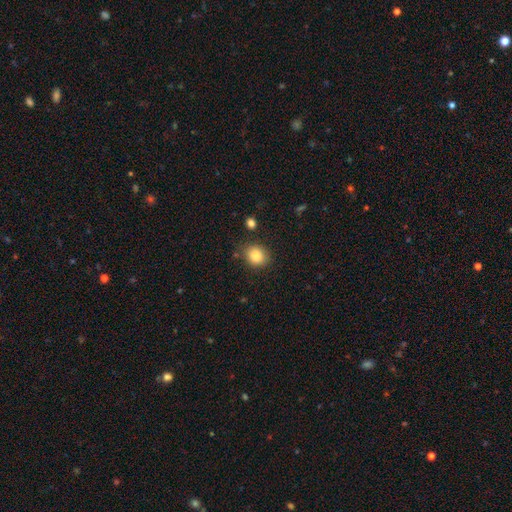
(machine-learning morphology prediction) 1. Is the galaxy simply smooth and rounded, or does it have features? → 85% smooth, 9% star or artifact, 6% featured or disk.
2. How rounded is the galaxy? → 68% round, 31% in between, 1% cigar-shaped.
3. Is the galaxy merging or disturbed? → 82% none, 12% minor disturbance, 3% major disturbance, 3% merger.